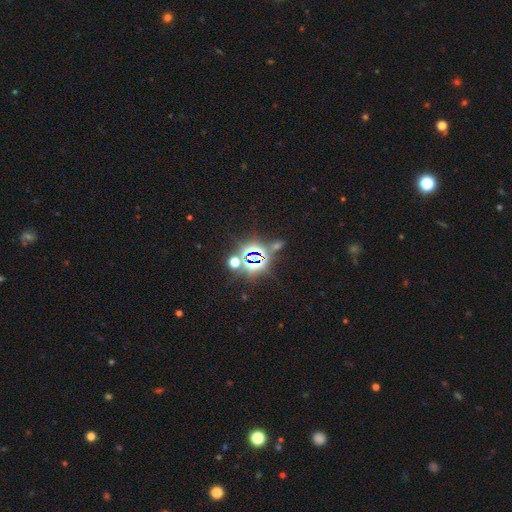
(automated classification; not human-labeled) smooth_or_featured: star or artifact (p=0.84) [alt: smooth p=0.09]